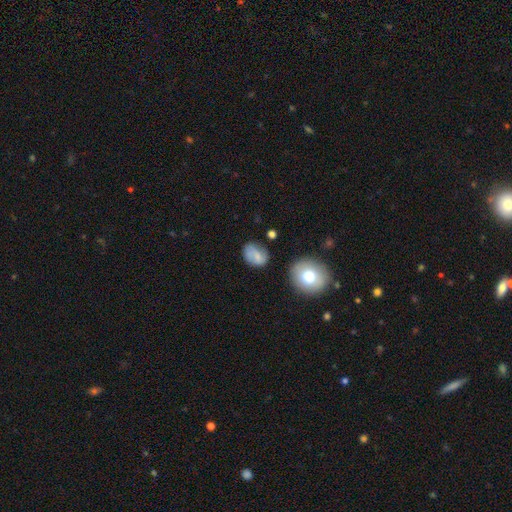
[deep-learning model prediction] smooth_or_featured: smooth (p=0.58) [alt: featured or disk p=0.32]
how_rounded: in between (p=0.65) [alt: round p=0.34]
merging: none (p=0.63) [alt: minor disturbance p=0.24]